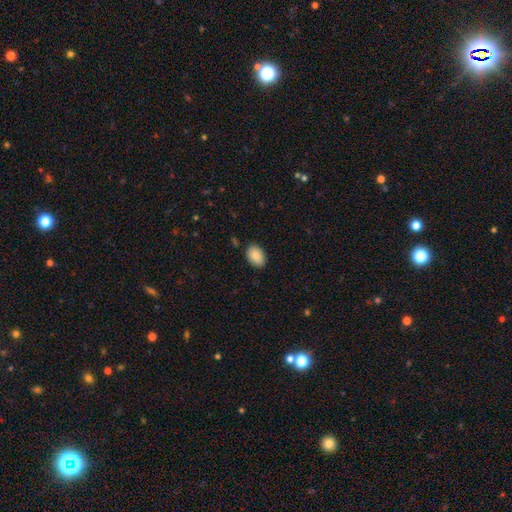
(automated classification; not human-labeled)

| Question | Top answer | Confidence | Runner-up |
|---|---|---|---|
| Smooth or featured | smooth | 89% | star or artifact (7%) |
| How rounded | in between | 86% | round (13%) |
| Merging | none | 87% | minor disturbance (10%) |